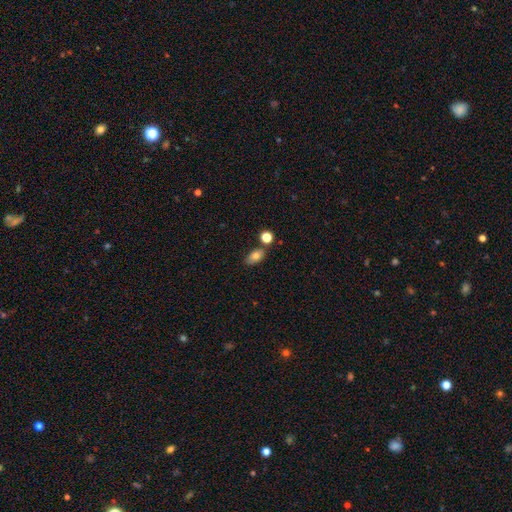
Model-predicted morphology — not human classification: Smooth or featured: smooth — 78% (featured or disk — 12%)
How rounded: in between — 85% (round — 11%)
Merging: none — 72% (minor disturbance — 13%)